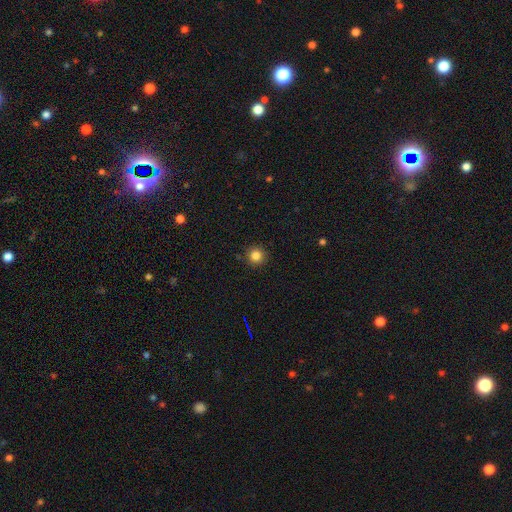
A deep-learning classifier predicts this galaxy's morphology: Q: Smooth or featured?
A: smooth (83%); runner-up: star or artifact (12%)
Q: How rounded?
A: round (95%); runner-up: in between (4%)
Q: Merging?
A: none (91%); runner-up: minor disturbance (6%)